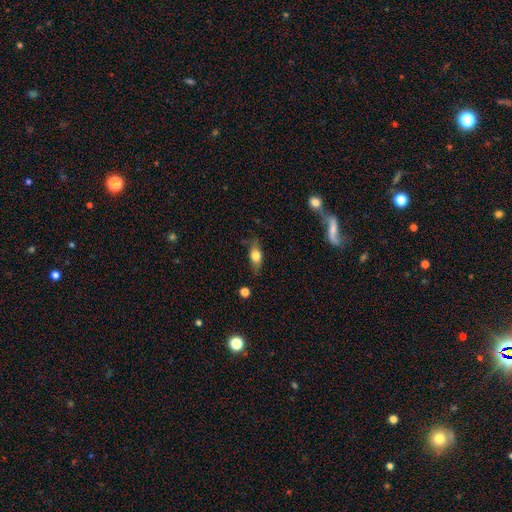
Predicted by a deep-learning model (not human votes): This is likely a smooth galaxy (68%). How rounded: likely in between (74%). Merging: likely none (73%).